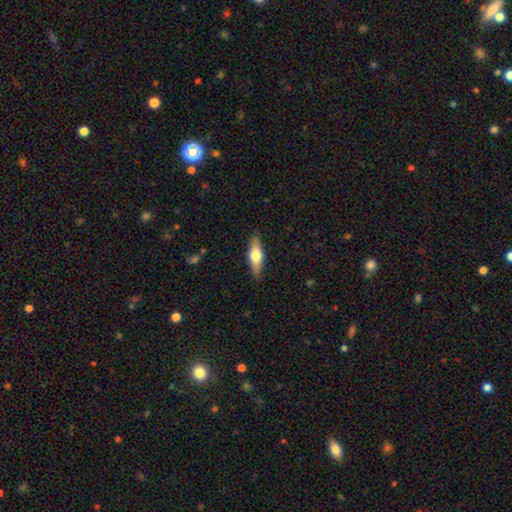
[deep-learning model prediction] A smooth galaxy with no disk features (53%) that is cigar-shaped (50%).

Vote fractions:
- Smooth or featured? smooth: 53% / featured or disk: 41% / star or artifact: 6%
- How rounded? cigar-shaped: 50% / in between: 47% / round: 3%
- Merging? none: 88% / minor disturbance: 9% / major disturbance: 2% / merger: 1%